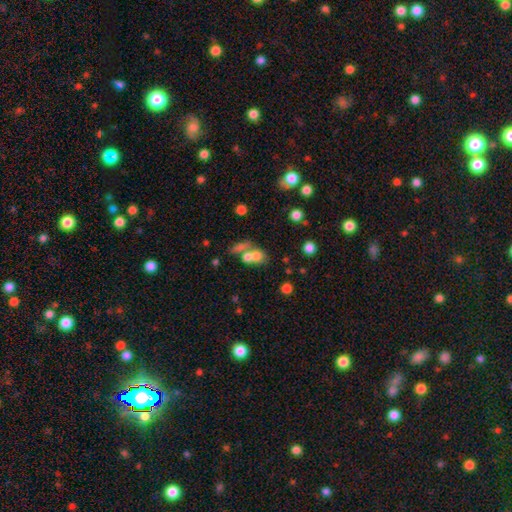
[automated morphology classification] This is likely a smooth galaxy (67%). How rounded: possibly in between (50%). Merging: possibly merger (58%).